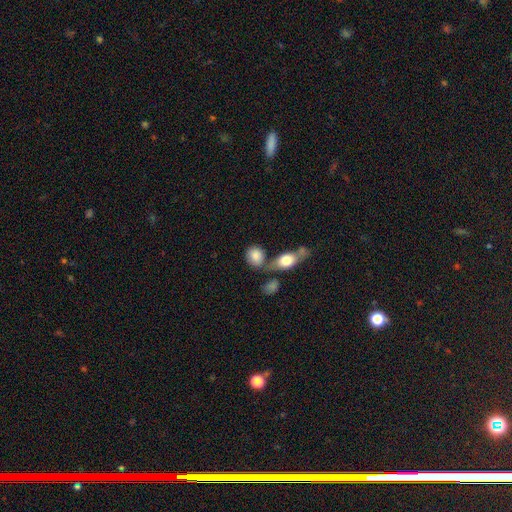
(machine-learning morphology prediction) Q: Smooth or featured?
A: smooth (81%); runner-up: featured or disk (12%)
Q: How rounded?
A: round (60%); runner-up: in between (37%)
Q: Merging?
A: none (53%); runner-up: merger (26%)